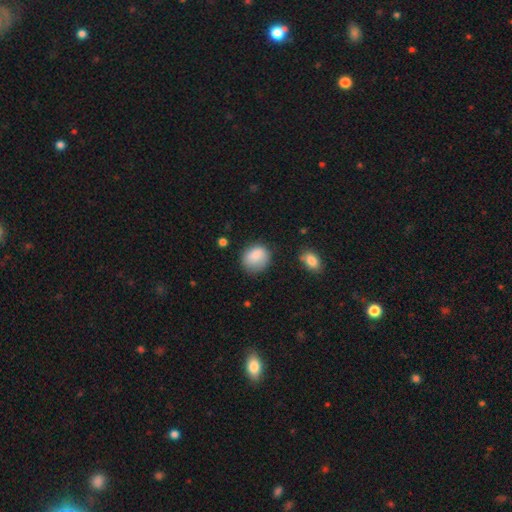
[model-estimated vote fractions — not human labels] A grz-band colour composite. It shows a smooth galaxy with no disk features (84%) that is round (66%). Merging: none (68%).